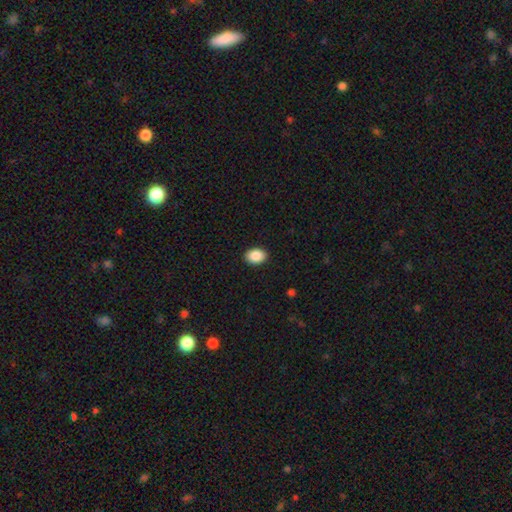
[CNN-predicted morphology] smooth_or_featured: smooth (p=0.89) [alt: star or artifact p=0.07]
how_rounded: in between (p=0.75) [alt: round p=0.24]
merging: none (p=0.91) [alt: minor disturbance p=0.07]